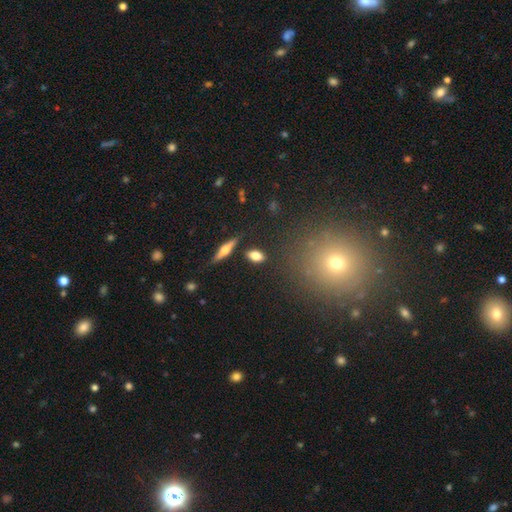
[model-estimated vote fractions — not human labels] Overall: smooth (73%). How rounded: in between (81%). Merging: none (82%).